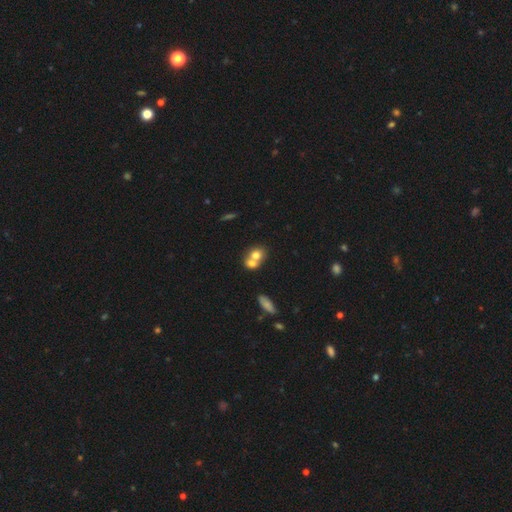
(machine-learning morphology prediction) smooth 69%, featured or disk 21%, star or artifact 10%. Down the decision tree: how rounded — round (61%); merging — merger (63%).